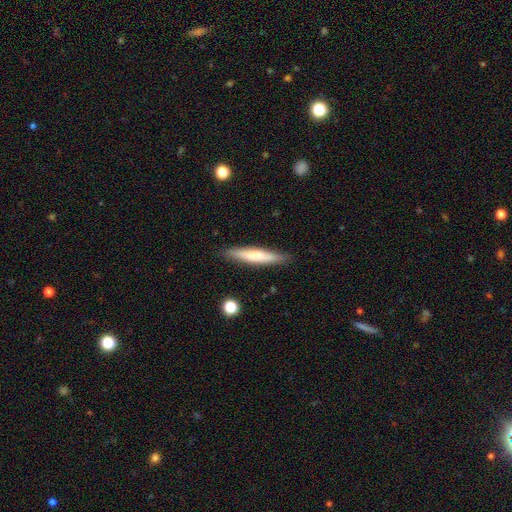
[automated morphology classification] Overall: smooth (65%; featured or disk 29%). How rounded: cigar-shaped (92%). Merging: none (88%).